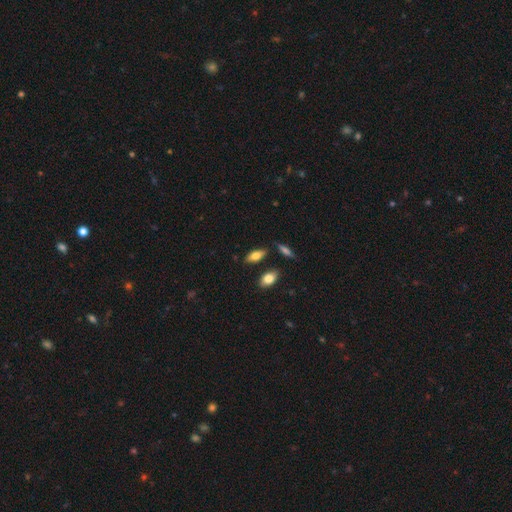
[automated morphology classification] smooth-or-featured: smooth: 77% | featured or disk: 16% | star or artifact: 7%
  how-rounded: in between: 82% | cigar-shaped: 15% | round: 3%
  merging: none: 79% | minor disturbance: 12% | merger: 6% | major disturbance: 3%